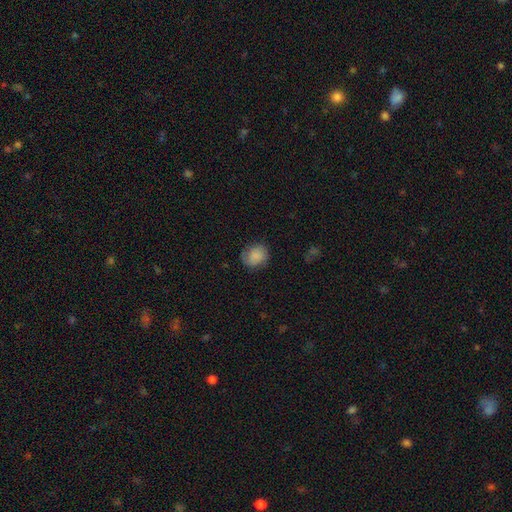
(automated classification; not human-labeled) Overall: smooth (79%). How rounded: round (63%; in between 36%). Merging: none (71%).